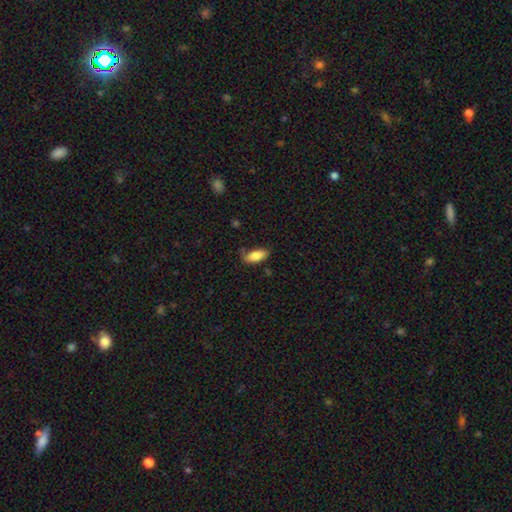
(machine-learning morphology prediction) The model was most divided on "merging": none: 67%, minor disturbance: 24%, major disturbance: 6%, merger: 3%. More confident: how rounded — in between (85%); smooth or featured — smooth (83%).